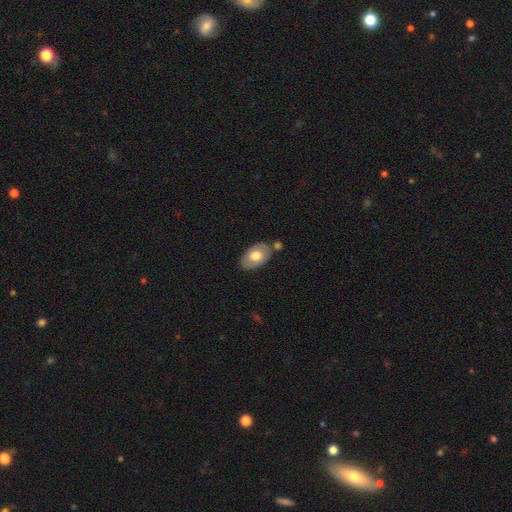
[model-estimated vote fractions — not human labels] This is likely a smooth galaxy (67%). How rounded: clearly in between (90%). Merging: likely none (68%).